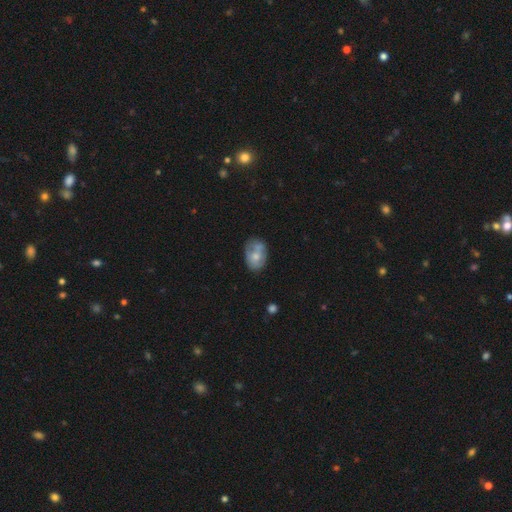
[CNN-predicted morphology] Q: Smooth or featured?
A: smooth (59%); runner-up: featured or disk (34%)
Q: How rounded?
A: in between (78%); runner-up: round (20%)
Q: Merging?
A: none (47%); runner-up: minor disturbance (29%)